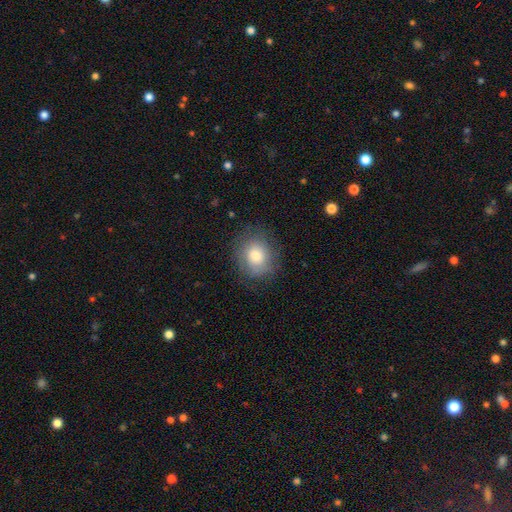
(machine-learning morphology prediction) This is likely a smooth galaxy (75%). How rounded: likely round (79%). Merging: likely none (79%).